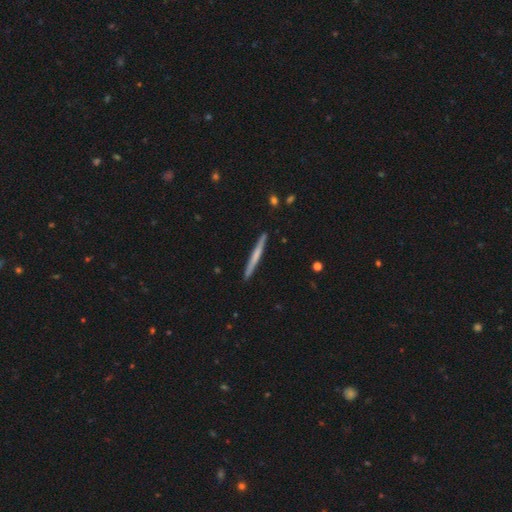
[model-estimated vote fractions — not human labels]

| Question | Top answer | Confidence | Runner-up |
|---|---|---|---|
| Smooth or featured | smooth | 51% | featured or disk (44%) |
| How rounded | cigar-shaped | 97% | in between (2%) |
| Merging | none | 92% | minor disturbance (6%) |